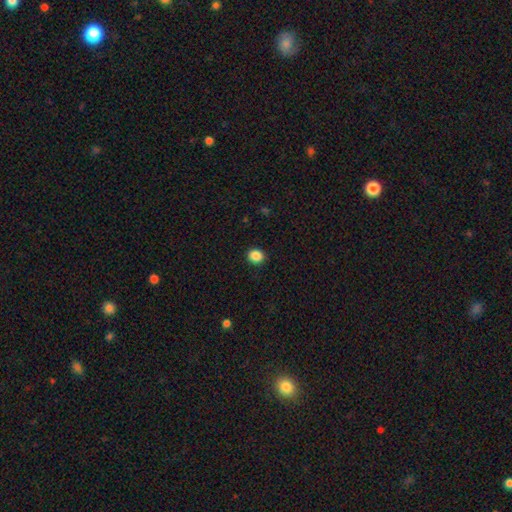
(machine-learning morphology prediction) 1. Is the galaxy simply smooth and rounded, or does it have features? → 88% smooth, 10% star or artifact, 3% featured or disk.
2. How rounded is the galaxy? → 81% round, 18% in between, 1% cigar-shaped.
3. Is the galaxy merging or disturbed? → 92% none, 5% minor disturbance, 2% major disturbance, 1% merger.